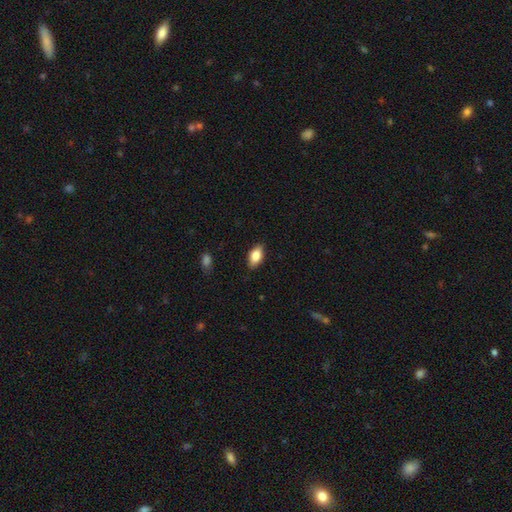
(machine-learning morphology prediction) This appears to be a smooth galaxy with no disk features (78%) that is in between round and cigar-shaped (89%). Merging: none (85%).